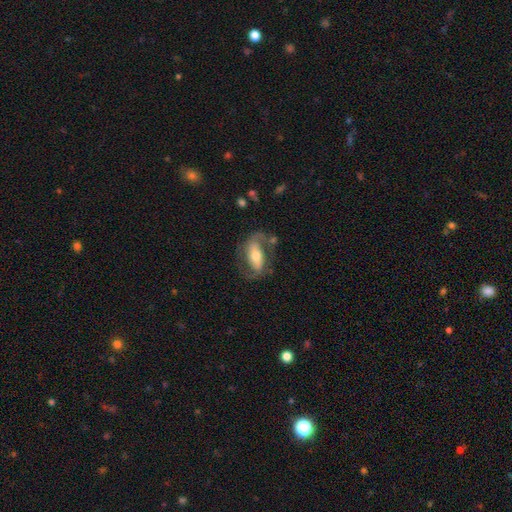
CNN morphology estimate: Smooth or featured? Predicted: featured or disk (p=0.74). Edge-on disk? Predicted: no (p=0.94). Bar? Predicted: strong (p=0.44). Spiral arms? Predicted: yes (p=0.88). Spiral winding? Predicted: medium (p=0.46). Spiral arm count? Predicted: 2 (p=0.87). Bulge size? Predicted: moderate (p=0.61). Merging? Predicted: none (p=0.65).